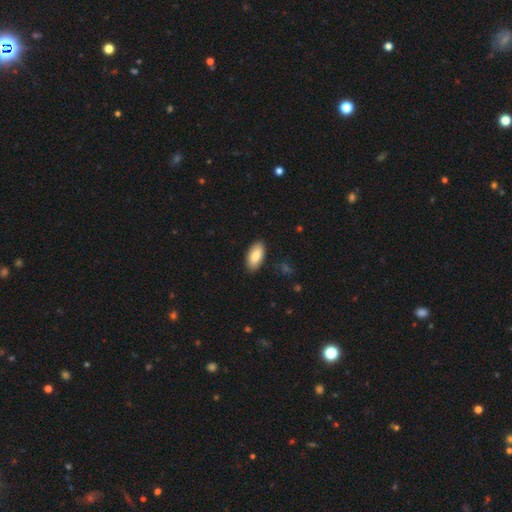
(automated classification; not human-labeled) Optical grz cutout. It shows a smooth galaxy with no disk features (83%) that is in between round and cigar-shaped (92%). Merging: none (88%).